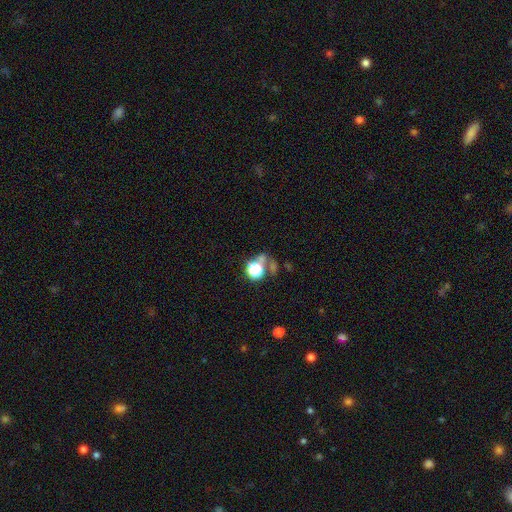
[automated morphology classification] Smooth or featured?
  - smooth: 45% *
  - star or artifact: 43%
  - featured or disk: 13%
Merging?
  - none: 56% *
  - merger: 23%
  - major disturbance: 11%
  - minor disturbance: 11%